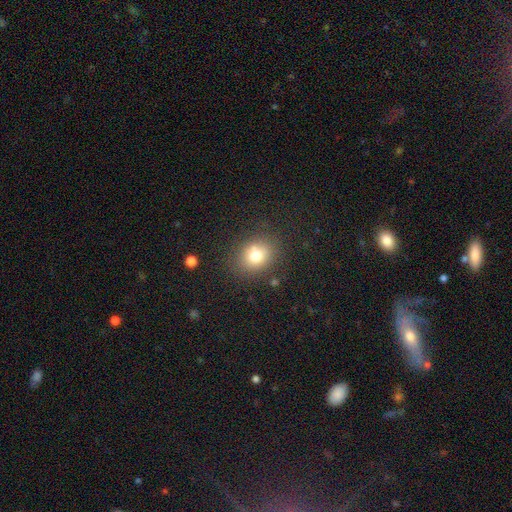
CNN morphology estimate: This appears to be a smooth galaxy with no disk features (74%) that is round (61%). Merging: none (76%).